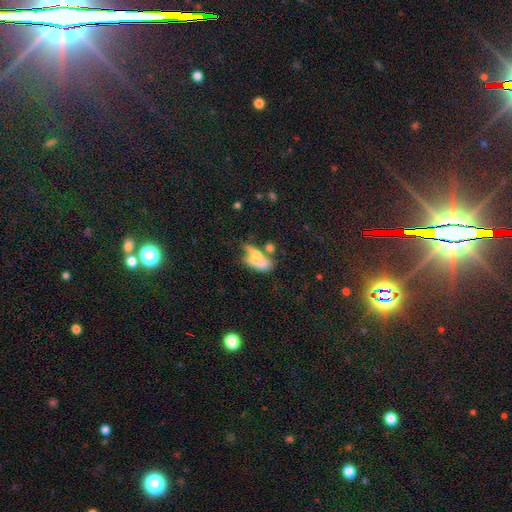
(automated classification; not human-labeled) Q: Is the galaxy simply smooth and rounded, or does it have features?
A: smooth — 54%.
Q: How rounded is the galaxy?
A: in between — 78%.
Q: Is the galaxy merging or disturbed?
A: merger — 42%.